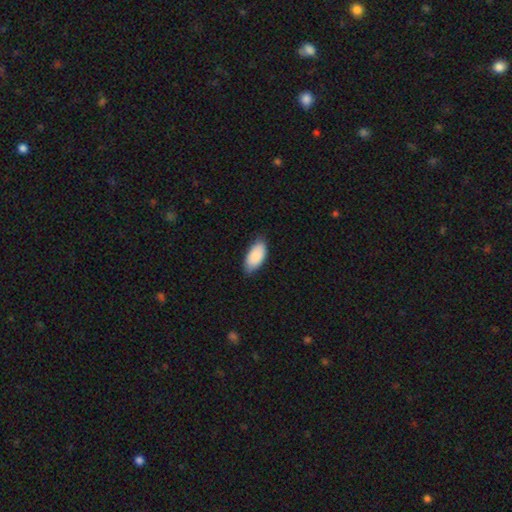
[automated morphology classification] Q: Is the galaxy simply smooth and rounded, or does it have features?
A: smooth — 88%.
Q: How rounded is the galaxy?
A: in between — 93%.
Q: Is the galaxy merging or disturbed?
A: none — 76%.